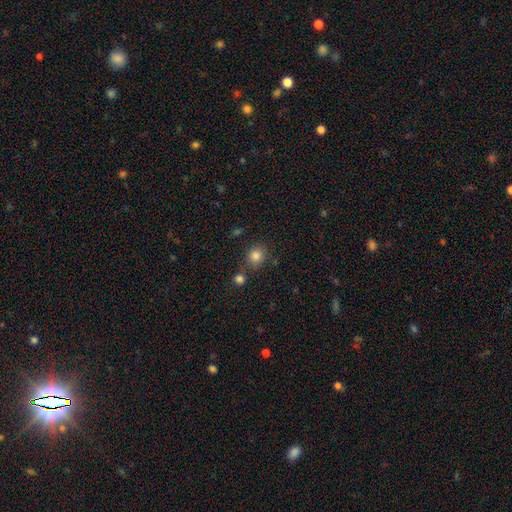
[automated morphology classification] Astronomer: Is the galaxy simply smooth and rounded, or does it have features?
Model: smooth — 84%.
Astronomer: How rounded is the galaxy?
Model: round — 83%.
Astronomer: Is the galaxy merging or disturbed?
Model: none — 78%.